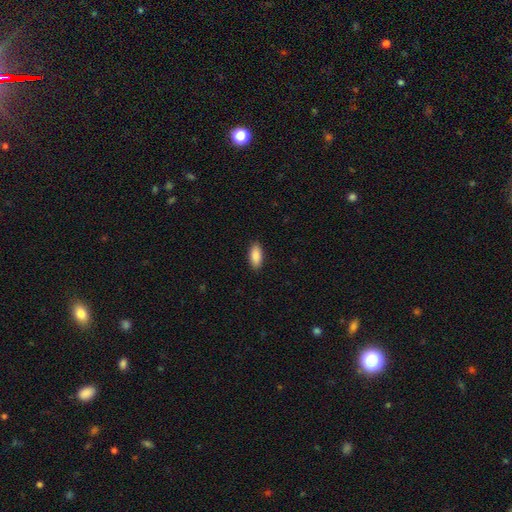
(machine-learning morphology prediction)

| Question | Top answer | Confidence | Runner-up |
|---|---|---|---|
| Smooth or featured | smooth | 90% | star or artifact (6%) |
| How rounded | in between | 89% | cigar-shaped (9%) |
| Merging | none | 90% | minor disturbance (8%) |